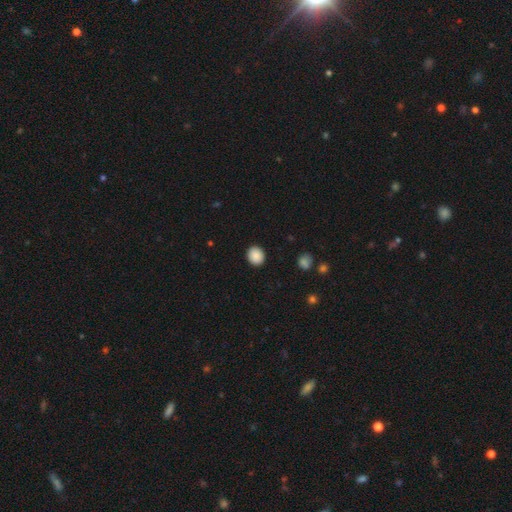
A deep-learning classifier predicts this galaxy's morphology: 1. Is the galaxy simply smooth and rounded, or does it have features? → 89% smooth, 8% star or artifact, 3% featured or disk.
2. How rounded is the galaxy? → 72% round, 27% in between, 1% cigar-shaped.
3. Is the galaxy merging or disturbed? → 91% none, 6% minor disturbance, 2% major disturbance, 1% merger.